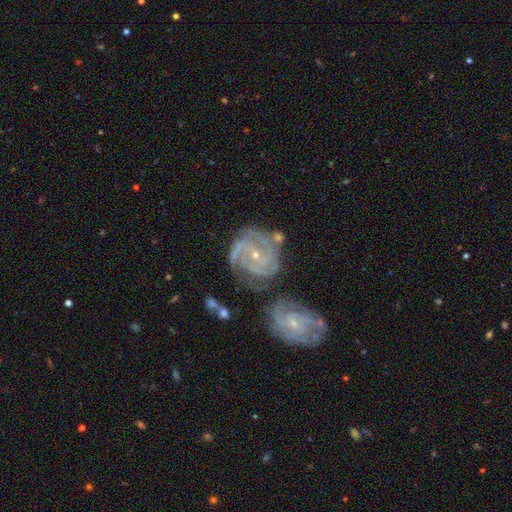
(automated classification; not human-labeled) This is clearly a featured or disk galaxy (91%). It is clearly not viewed edge-on (98%). Bar: possibly no (59%). Spiral arm pattern: clearly yes (98%). Spiral arm count: marginally 3 (44%). Spiral winding: likely tight (69%). Central bulge: likely small (78%). Merging: possibly none (53%).